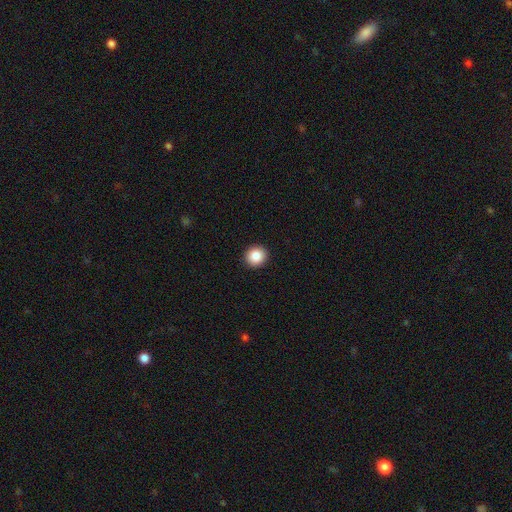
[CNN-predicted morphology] This is clearly a smooth galaxy (87%). How rounded: clearly round (91%). Merging: clearly none (93%).